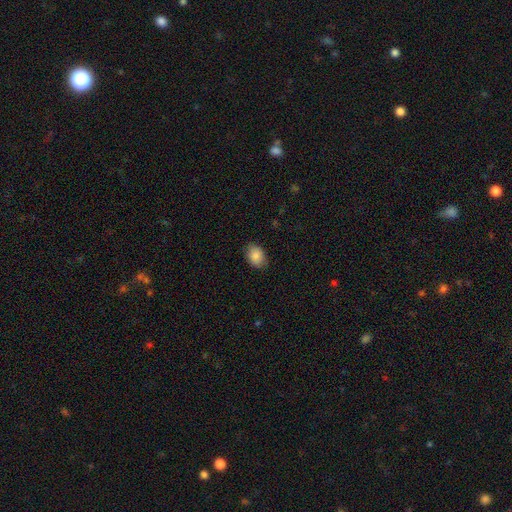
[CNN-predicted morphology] A smooth galaxy with no disk features (86%) that is in between round and cigar-shaped (75%).

Vote fractions:
- Smooth or featured? smooth: 86% / star or artifact: 7% / featured or disk: 6%
- How rounded? in between: 75% / round: 24% / cigar-shaped: 1%
- Merging? none: 84% / minor disturbance: 12% / major disturbance: 3% / merger: 1%